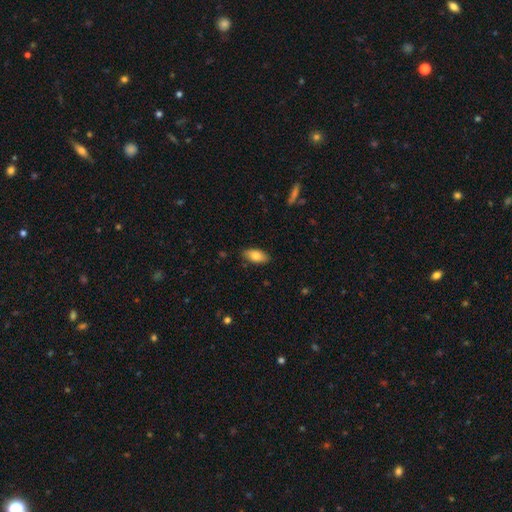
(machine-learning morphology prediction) A smooth galaxy with no disk features (79%) that is in between round and cigar-shaped (90%). Merging: none (85%).